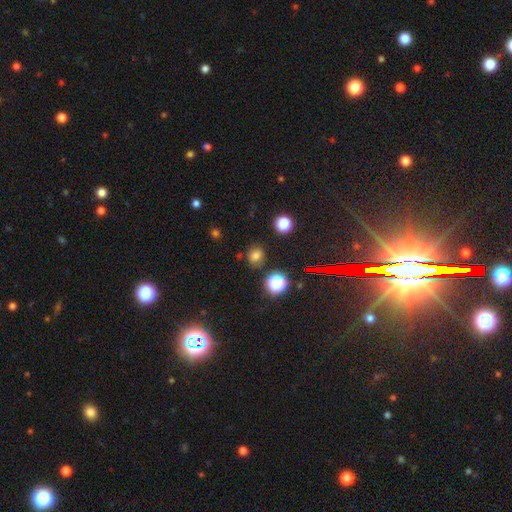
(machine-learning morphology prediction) smooth-or-featured: smooth: 71% | star or artifact: 23% | featured or disk: 7%
  how-rounded: round: 75% | in between: 23% | cigar-shaped: 1%
  merging: none: 82% | minor disturbance: 11% | major disturbance: 3% | merger: 3%